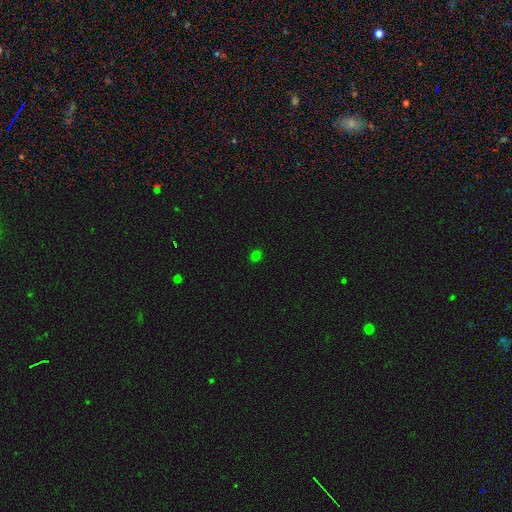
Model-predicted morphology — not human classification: smooth 75%, star or artifact 22%, featured or disk 4%. Down the decision tree: how rounded — round (61%); merging — none (89%).